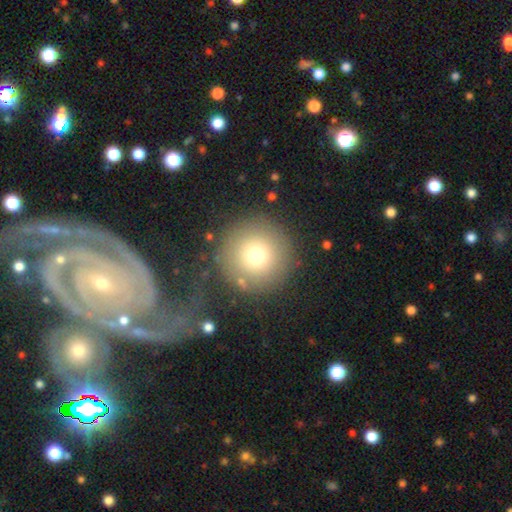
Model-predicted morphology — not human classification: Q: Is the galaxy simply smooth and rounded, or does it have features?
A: smooth — 73%.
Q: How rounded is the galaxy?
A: round — 97%.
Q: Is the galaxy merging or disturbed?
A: none — 82%.